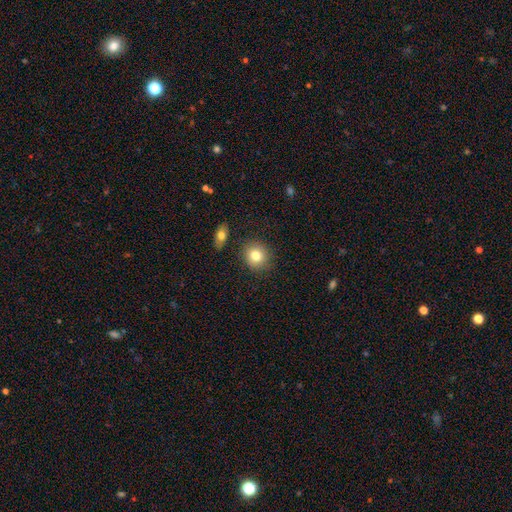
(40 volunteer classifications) smooth_or_featured: smooth (p=0.82) [alt: star or artifact p=0.10]
how_rounded: round (p=0.76) [alt: in between p=0.24]
merging: none (p=0.78) [alt: minor disturbance p=0.14]